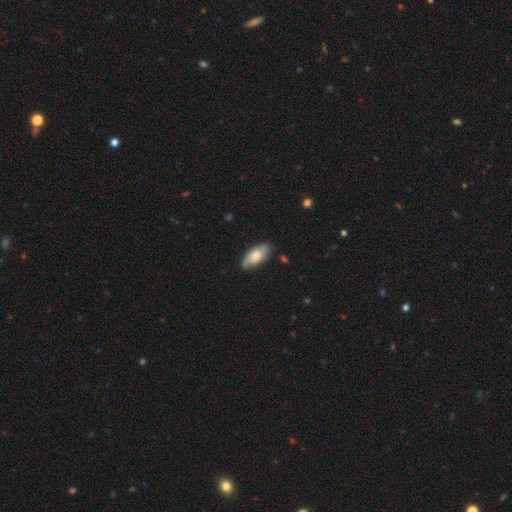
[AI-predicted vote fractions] Morphology: type=smooth (57%); roundness=in between (88%); merging=none (76%).